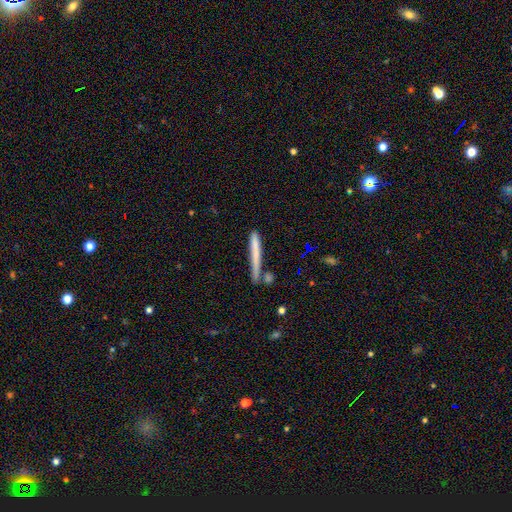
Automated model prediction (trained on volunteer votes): Smooth or featured?
  - smooth: 63% *
  - featured or disk: 31%
  - star or artifact: 7%
How rounded?
  - cigar-shaped: 96% *
  - in between: 2%
  - round: 1%
Merging?
  - none: 74% *
  - minor disturbance: 15%
  - merger: 8%
  - major disturbance: 4%